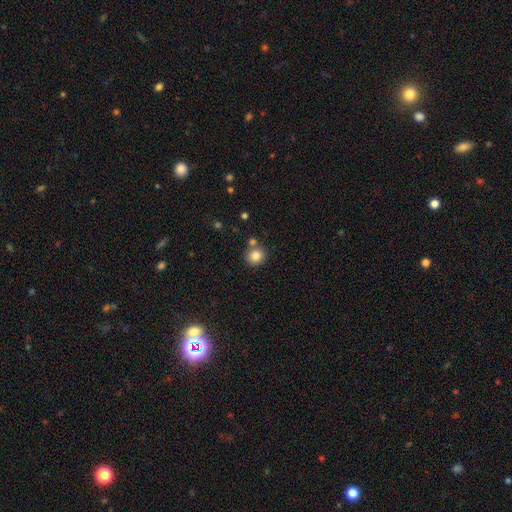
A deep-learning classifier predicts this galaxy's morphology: smooth 84%, star or artifact 10%, featured or disk 6%. Down the decision tree: how rounded — round (89%); merging — none (74%).